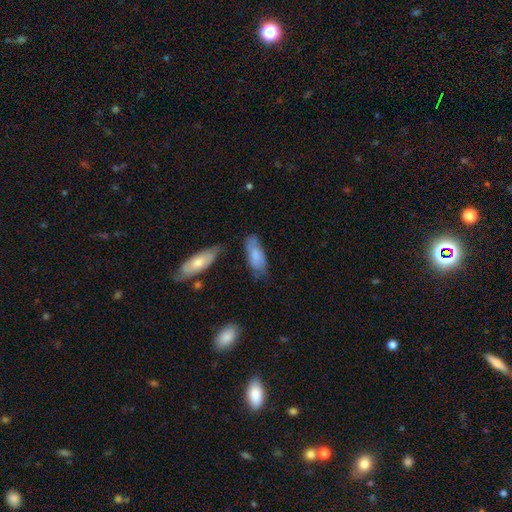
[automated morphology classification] Smooth or featured: smooth — 66% (featured or disk — 28%)
How rounded: in between — 79% (cigar-shaped — 19%)
Merging: none — 63% (minor disturbance — 24%)